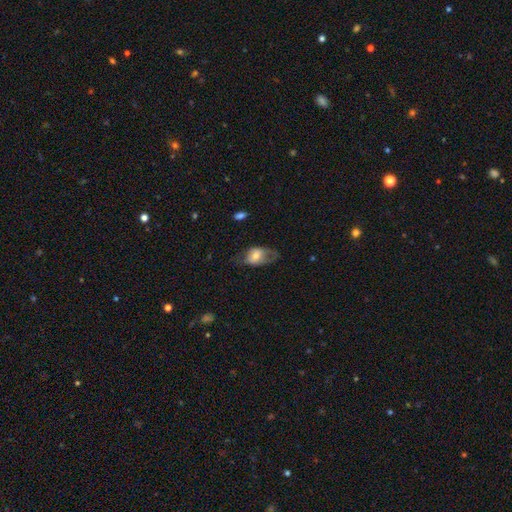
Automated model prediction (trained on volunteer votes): This is possibly a smooth galaxy (57%). How rounded: clearly in between (80%). Merging: marginally none (45%).